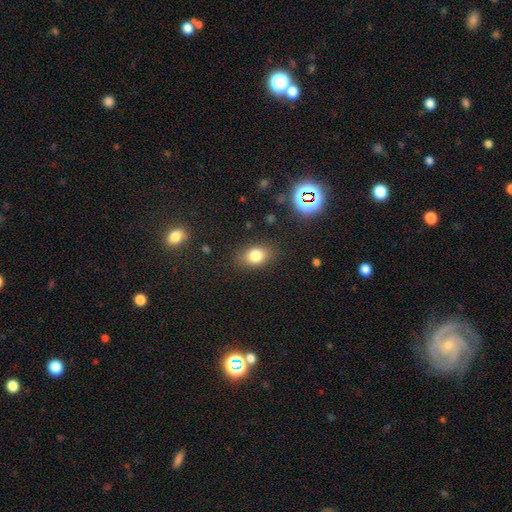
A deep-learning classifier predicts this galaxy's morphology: A smooth galaxy with no disk features (78%) that is in between round and cigar-shaped (73%). Merging: none (83%).